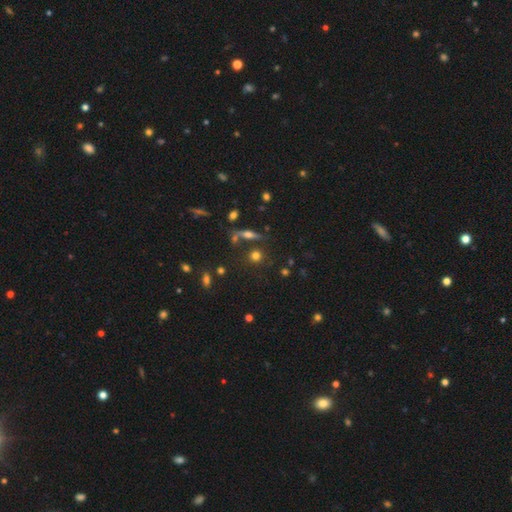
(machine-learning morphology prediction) smooth-or-featured: smooth: 68% | star or artifact: 18% | featured or disk: 14%
  how-rounded: round: 84% | in between: 12% | cigar-shaped: 4%
  merging: none: 76% | merger: 10% | minor disturbance: 10% | major disturbance: 4%